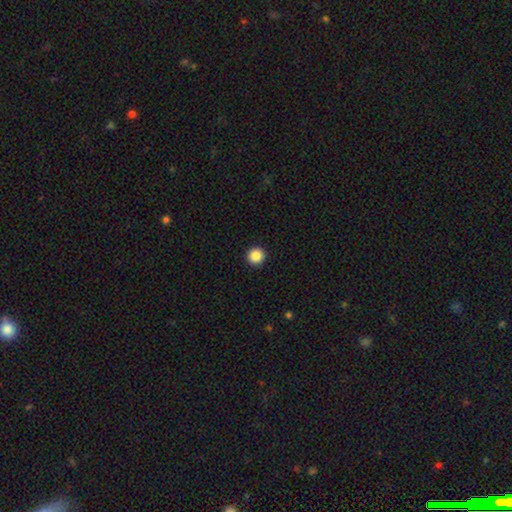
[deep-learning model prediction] This appears to be a smooth galaxy with no disk features (88%) that is round (96%). Merging: none (93%).